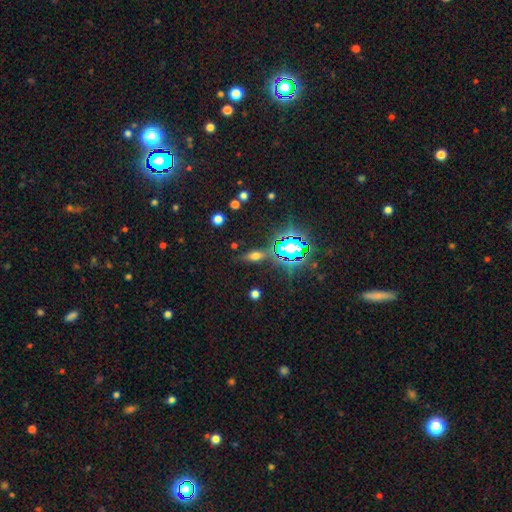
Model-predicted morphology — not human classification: Overall: smooth (45%; star or artifact 29%). Merging: none (78%).